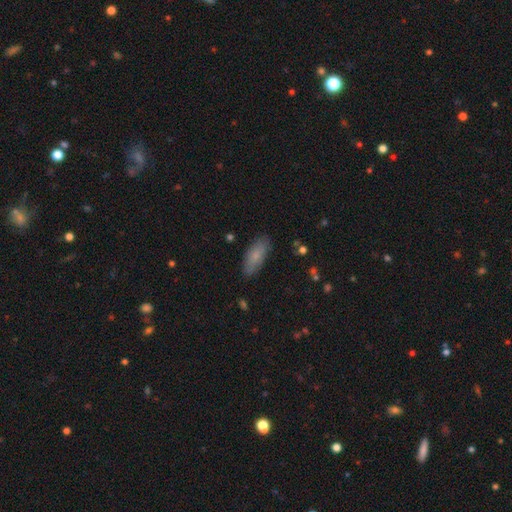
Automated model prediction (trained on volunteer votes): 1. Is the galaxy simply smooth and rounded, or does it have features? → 78% smooth, 15% featured or disk, 7% star or artifact.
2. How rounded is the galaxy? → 77% in between, 21% cigar-shaped, 2% round.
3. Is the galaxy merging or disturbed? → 84% none, 12% minor disturbance, 2% major disturbance, 1% merger.